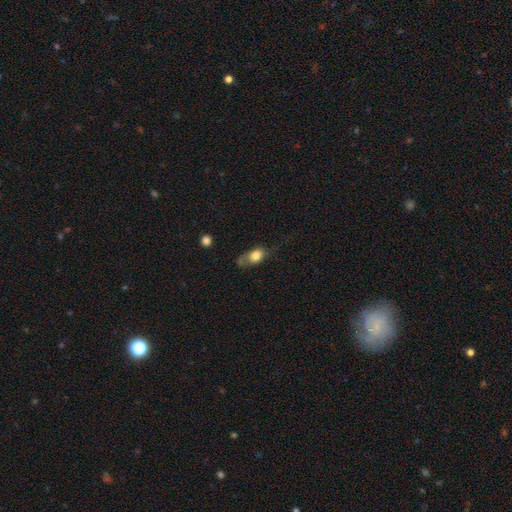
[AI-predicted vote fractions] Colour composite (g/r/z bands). It shows a smooth galaxy with no disk features (75%) that is in between round and cigar-shaped (70%). Merging: none (38%).